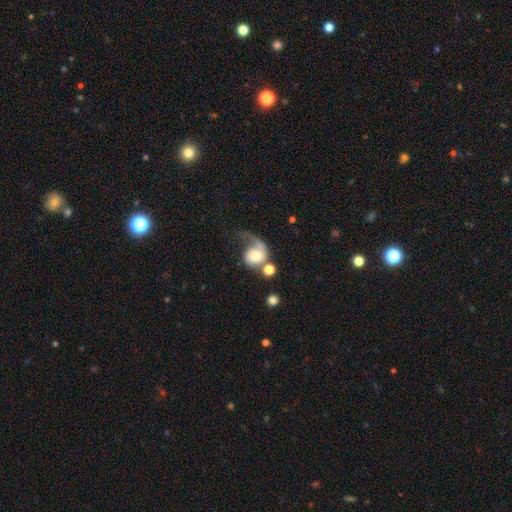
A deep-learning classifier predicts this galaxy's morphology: This is possibly a smooth galaxy (49%). Merging: marginally major disturbance (45%).